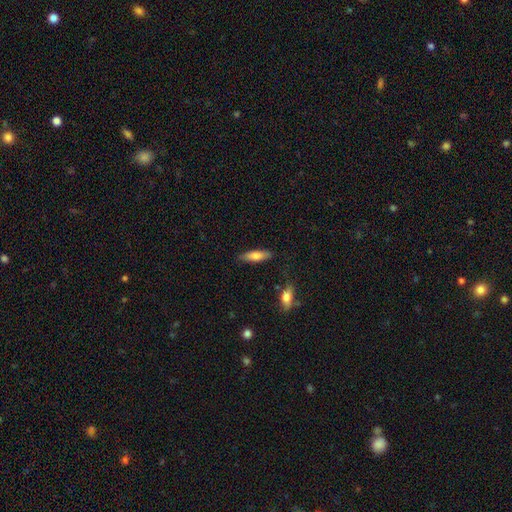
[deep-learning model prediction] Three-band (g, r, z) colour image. It shows a smooth galaxy with no disk features (71%) that is cigar-shaped (57%). Merging: none (81%).